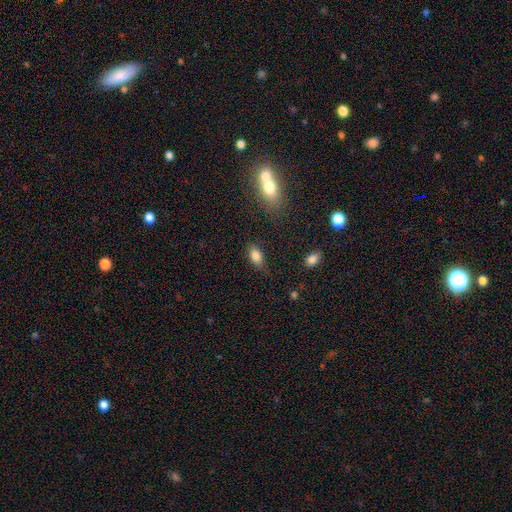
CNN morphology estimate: Overall: smooth (85%). How rounded: in between (89%). Merging: none (77%).